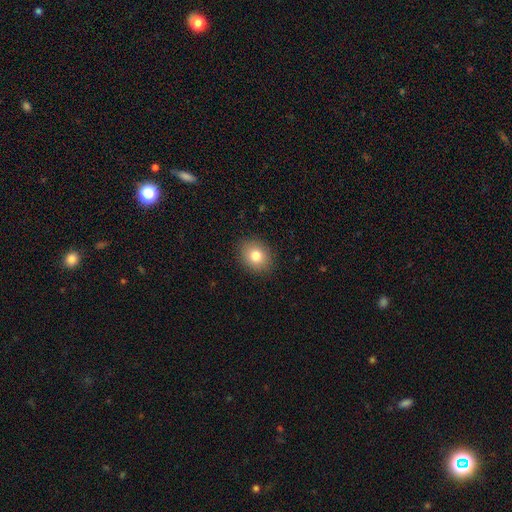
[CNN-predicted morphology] Q: Smooth or featured?
A: smooth (80%); runner-up: star or artifact (10%)
Q: How rounded?
A: round (57%); runner-up: in between (42%)
Q: Merging?
A: none (89%); runner-up: minor disturbance (8%)